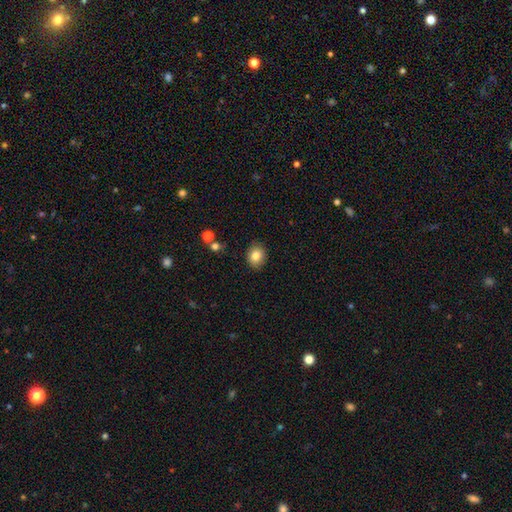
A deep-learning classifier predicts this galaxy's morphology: smooth-or-featured: smooth: 83% | star or artifact: 9% | featured or disk: 8%
  how-rounded: round: 56% | in between: 43% | cigar-shaped: 1%
  merging: none: 88% | minor disturbance: 9% | major disturbance: 2% | merger: 1%